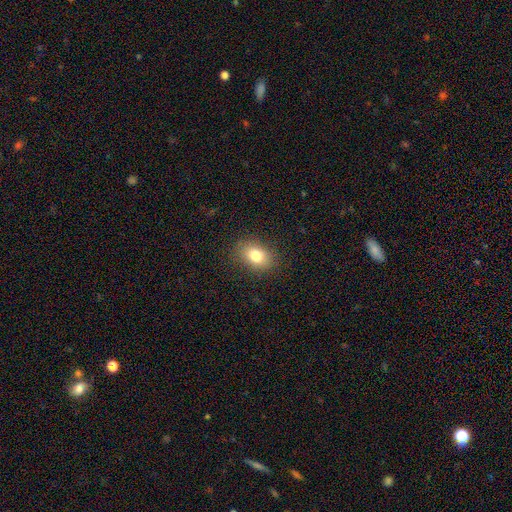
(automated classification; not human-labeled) Smooth or featured: smooth — 80% (featured or disk — 10%)
How rounded: in between — 77% (round — 21%)
Merging: none — 86% (minor disturbance — 10%)